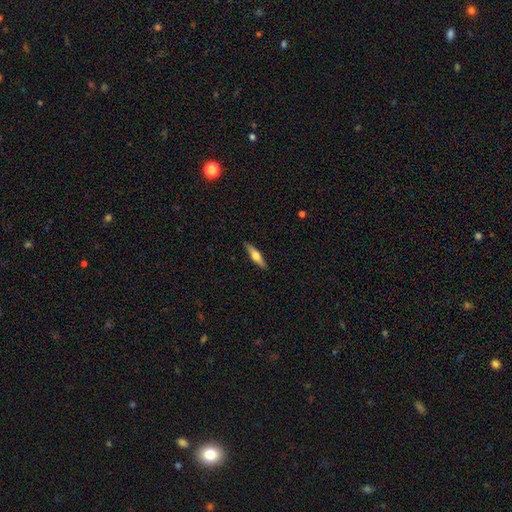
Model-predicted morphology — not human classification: Smooth or featured: featured or disk — 48% (smooth — 46%)
Merging: none — 90% (minor disturbance — 8%)